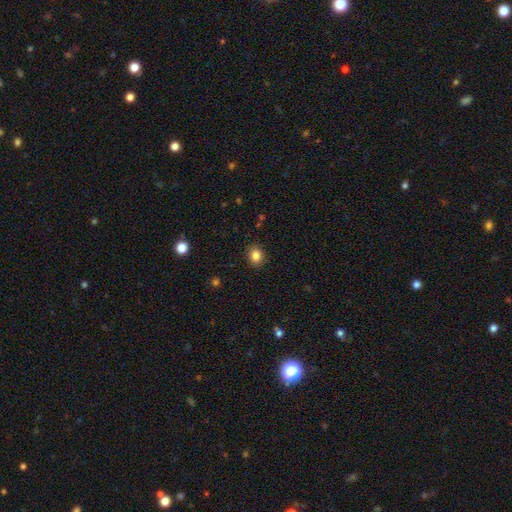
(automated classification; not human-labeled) Q: Smooth or featured?
A: smooth (84%); runner-up: star or artifact (11%)
Q: How rounded?
A: round (62%); runner-up: in between (37%)
Q: Merging?
A: none (89%); runner-up: minor disturbance (8%)